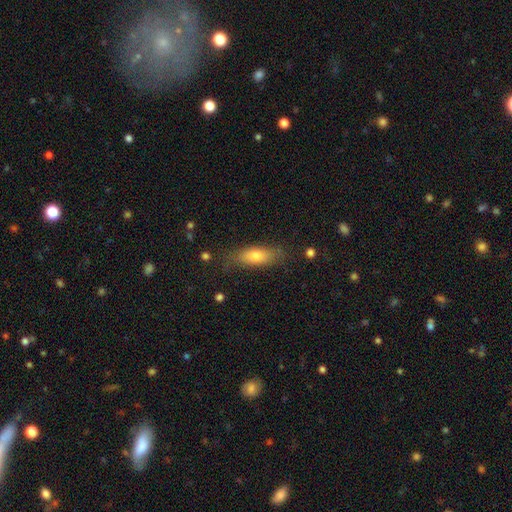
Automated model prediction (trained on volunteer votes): Smooth or featured? smooth (73%)
How rounded? in between (66%)
Merging? none (76%)